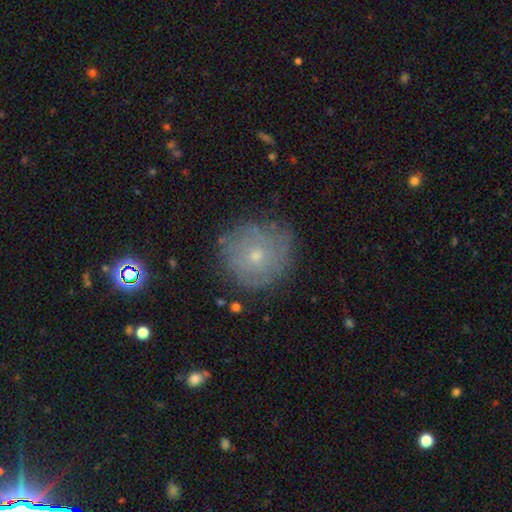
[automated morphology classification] Smooth or featured: smooth — 44% (featured or disk — 43%)
Merging: none — 78% (minor disturbance — 16%)